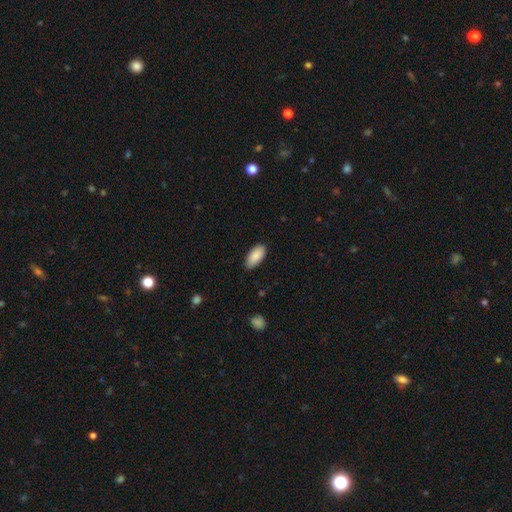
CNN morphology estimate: The model was most divided on "merging": none: 86%, minor disturbance: 11%, major disturbance: 2%, merger: 1%. More confident: how rounded — in between (93%); smooth or featured — smooth (90%).